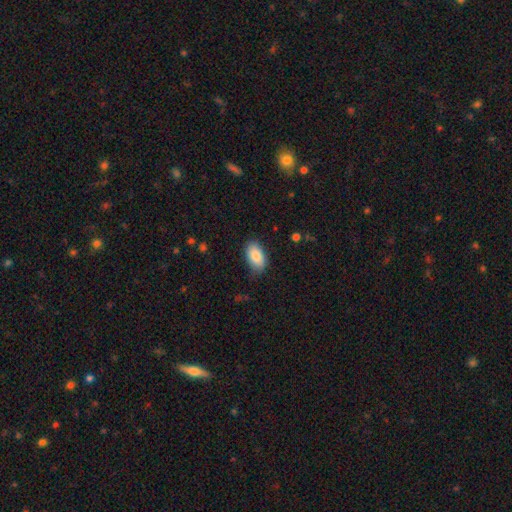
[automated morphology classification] A smooth galaxy with no disk features (86%) that is in between round and cigar-shaped (94%).

Vote fractions:
- Smooth or featured? smooth: 86% / featured or disk: 7% / star or artifact: 6%
- How rounded? in between: 94% / round: 4% / cigar-shaped: 2%
- Merging? none: 81% / minor disturbance: 15% / major disturbance: 3% / merger: 1%